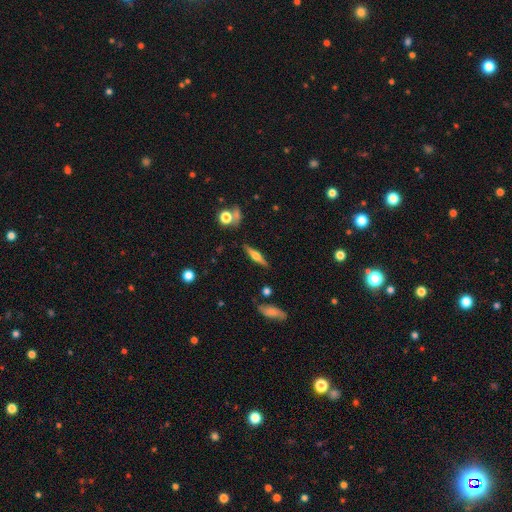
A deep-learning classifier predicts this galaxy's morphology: This appears to be a featured or disk galaxy (67%) viewed edge-on (96%) with a rounded central bulge (90%). Merging: none (86%).